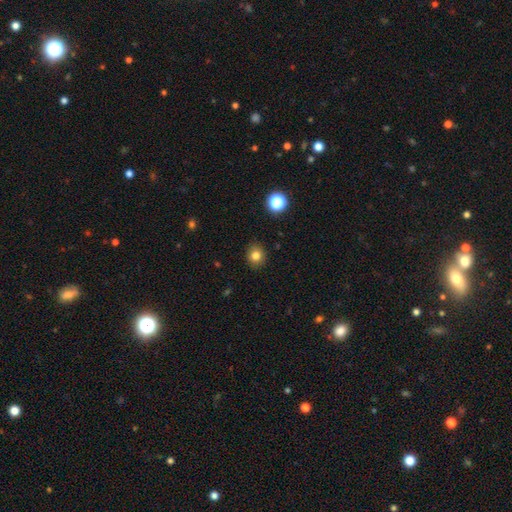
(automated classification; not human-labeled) The model was most divided on "how rounded": round: 79%, in between: 20%, cigar-shaped: 1%. More confident: merging — none (90%); smooth or featured — smooth (80%).